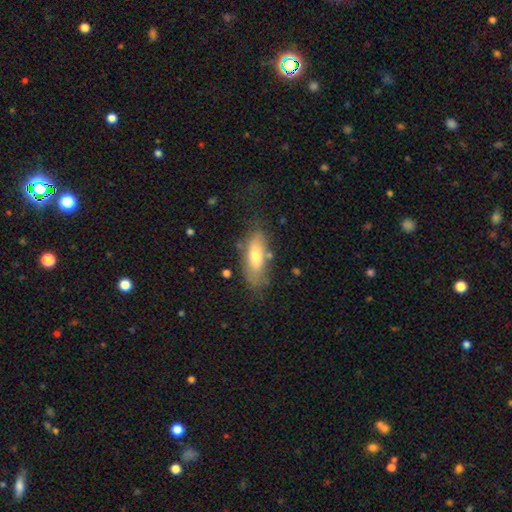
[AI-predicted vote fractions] Smooth or featured? Predicted: smooth (p=0.64). How rounded? Predicted: in between (p=0.75). Merging? Predicted: none (p=0.65).